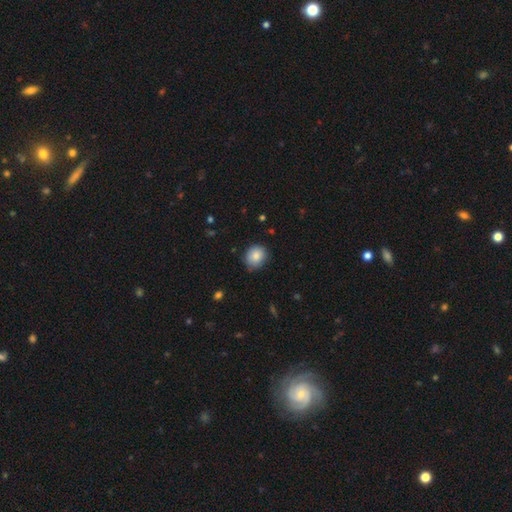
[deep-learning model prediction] Smooth or featured? smooth (84%)
How rounded? round (76%)
Merging? none (78%)